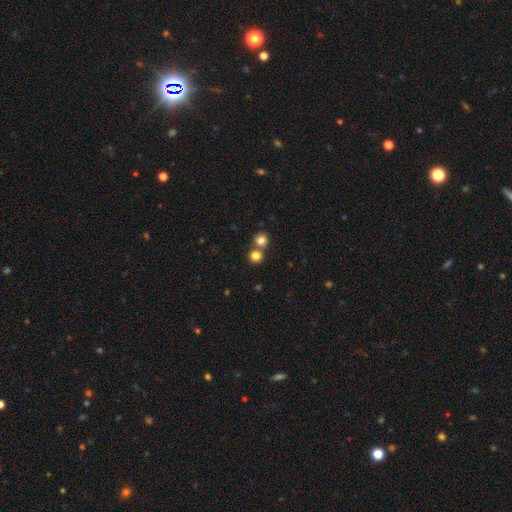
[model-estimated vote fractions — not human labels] smooth 81%, star or artifact 13%, featured or disk 7%. Down the decision tree: how rounded — round (89%); merging — none (58%).